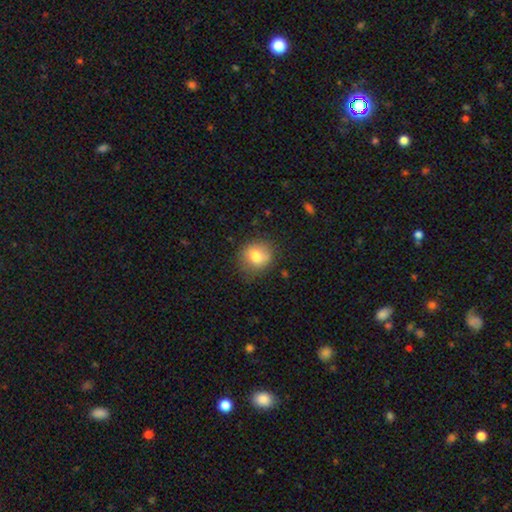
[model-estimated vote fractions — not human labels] Smooth or featured? Predicted: smooth (p=0.77). How rounded? Predicted: round (p=0.72). Merging? Predicted: none (p=0.66).